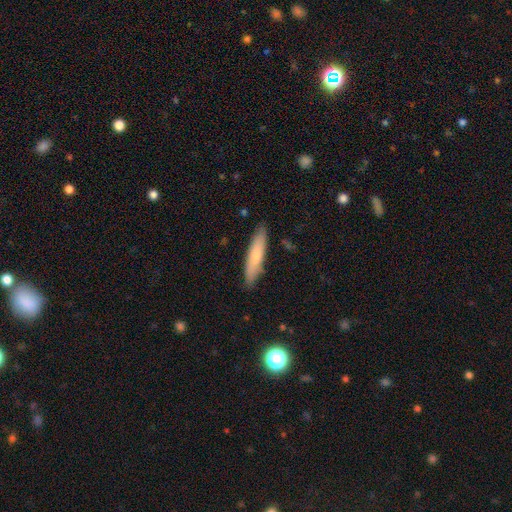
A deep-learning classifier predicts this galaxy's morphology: This appears to be a smooth galaxy with no disk features (76%) that is cigar-shaped (83%). Merging: none (87%).